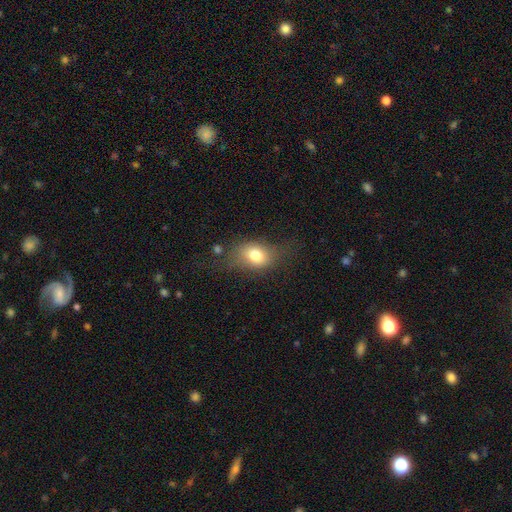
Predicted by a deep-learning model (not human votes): The model was most divided on "merging": none: 58%, minor disturbance: 25%, major disturbance: 14%, merger: 3%. More confident: smooth or featured — smooth (74%); how rounded — in between (66%).